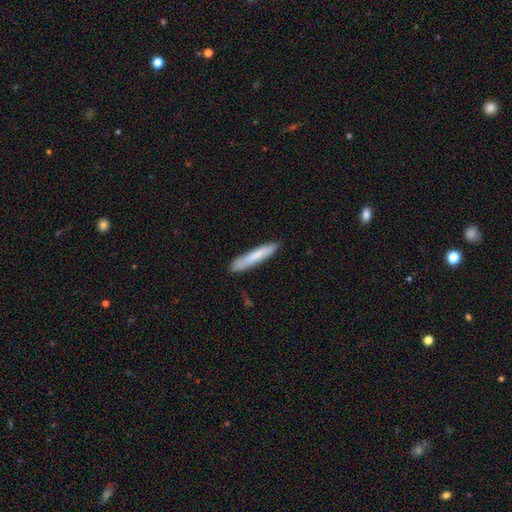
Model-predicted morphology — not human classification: Smooth or featured: smooth — 75% (featured or disk — 19%)
How rounded: cigar-shaped — 93% (in between — 6%)
Merging: none — 85% (minor disturbance — 11%)